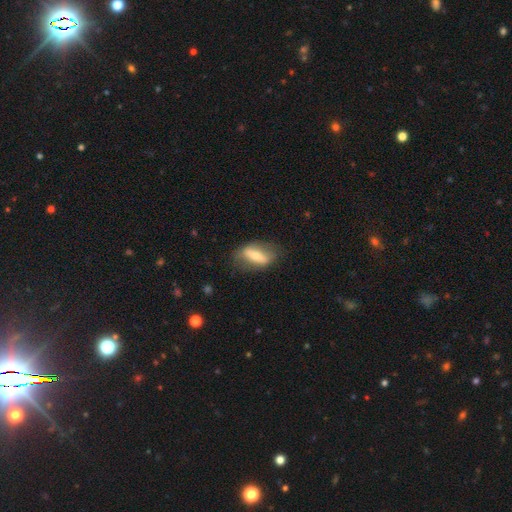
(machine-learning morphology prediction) This is possibly a featured or disk galaxy (47%, tied with smooth). Merging: likely none (70%).